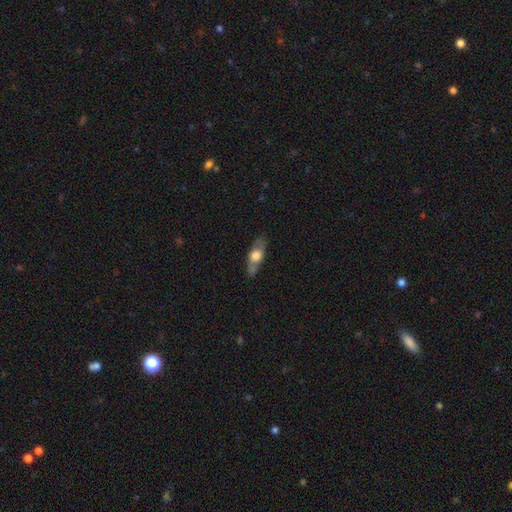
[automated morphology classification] smooth 49%, featured or disk 46%, star or artifact 6%. Down the decision tree: merging — none (76%).